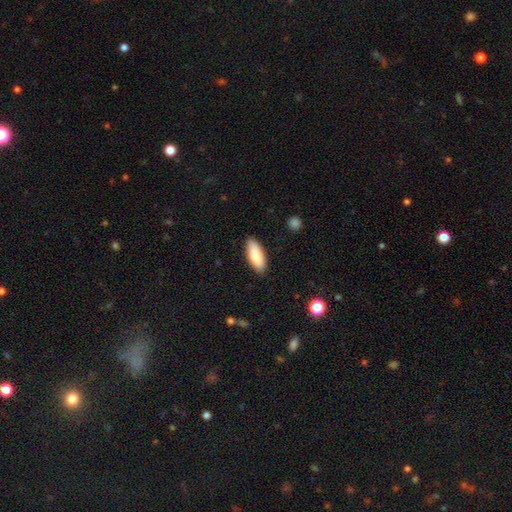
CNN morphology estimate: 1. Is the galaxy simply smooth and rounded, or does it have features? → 86% smooth, 9% featured or disk, 6% star or artifact.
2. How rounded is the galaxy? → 74% in between, 24% cigar-shaped, 2% round.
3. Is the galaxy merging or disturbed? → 87% none, 10% minor disturbance, 2% major disturbance, 1% merger.